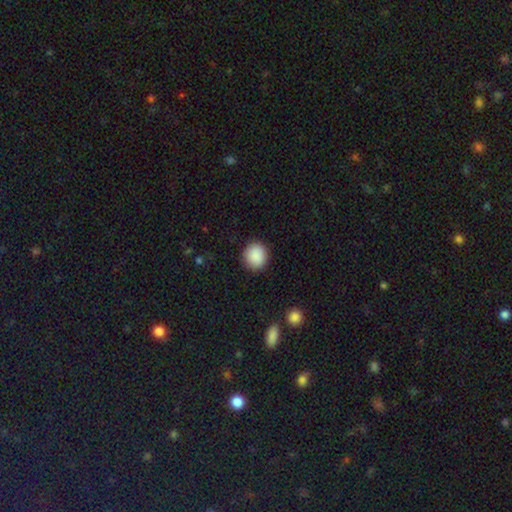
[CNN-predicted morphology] A smooth galaxy with no disk features (90%) that is round (87%). Merging: none (91%).